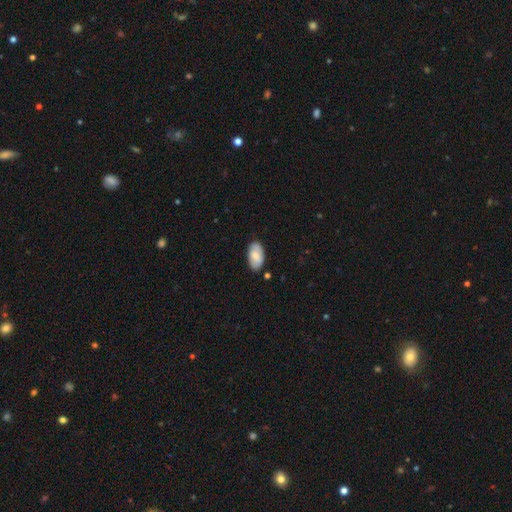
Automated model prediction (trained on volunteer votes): Morphology: type=smooth (75%); roundness=in between (95%); merging=none (83%).